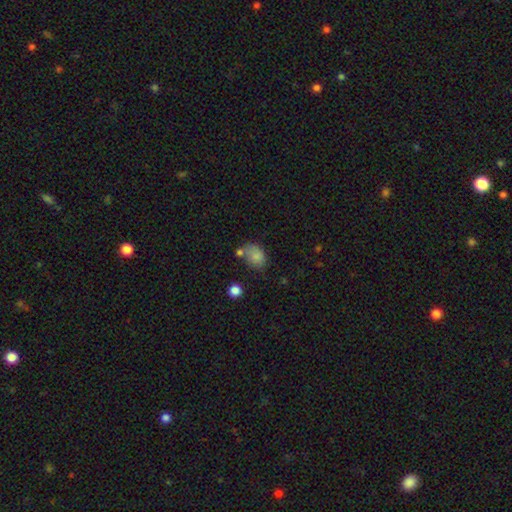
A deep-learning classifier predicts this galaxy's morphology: type=smooth (81%); roundness=in between (74%); merging=none (52%).